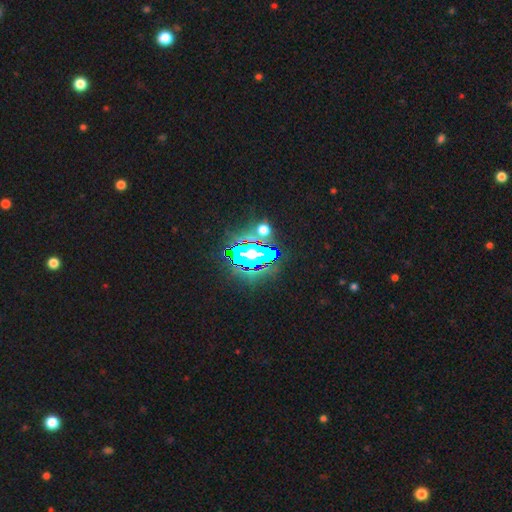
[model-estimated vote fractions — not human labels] Morphology: type=star or artifact (76%).